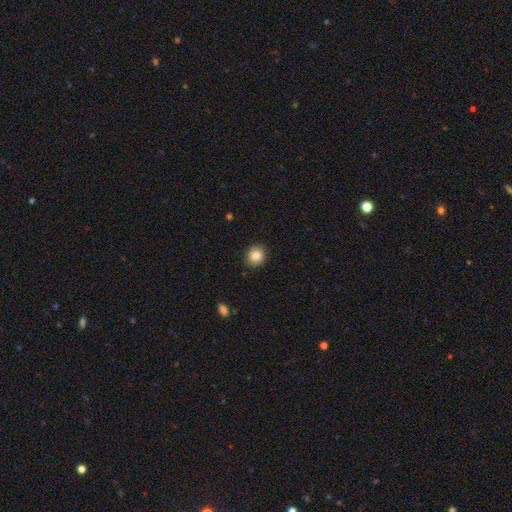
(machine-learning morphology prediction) Overall: smooth (85%). How rounded: round (88%). Merging: none (90%).